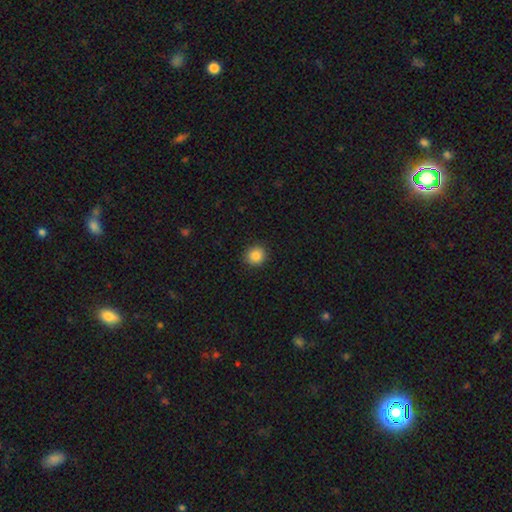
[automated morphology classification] smooth 86%, star or artifact 10%, featured or disk 4%. Down the decision tree: how rounded — round (87%); merging — none (91%).